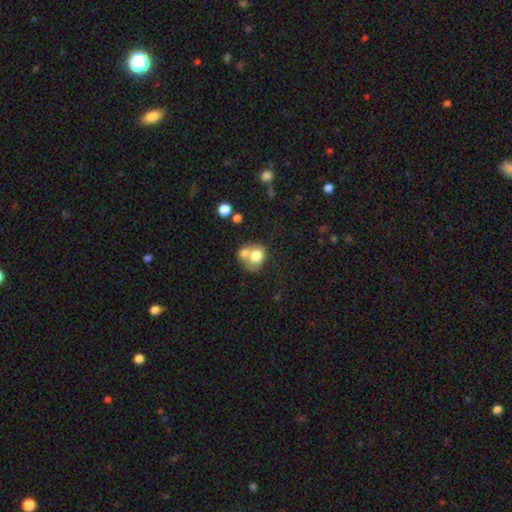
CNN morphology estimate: This is likely a smooth galaxy (72%). How rounded: likely round (65%). Merging: possibly merger (58%).